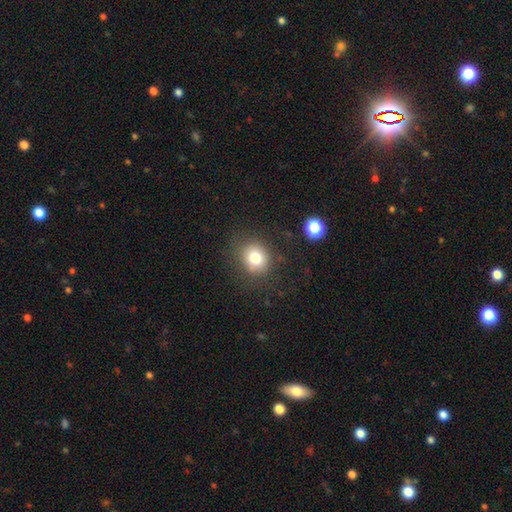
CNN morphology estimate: The model was most divided on "how rounded": round: 77%, in between: 22%, cigar-shaped: 1%. More confident: merging — none (83%); smooth or featured — smooth (77%).